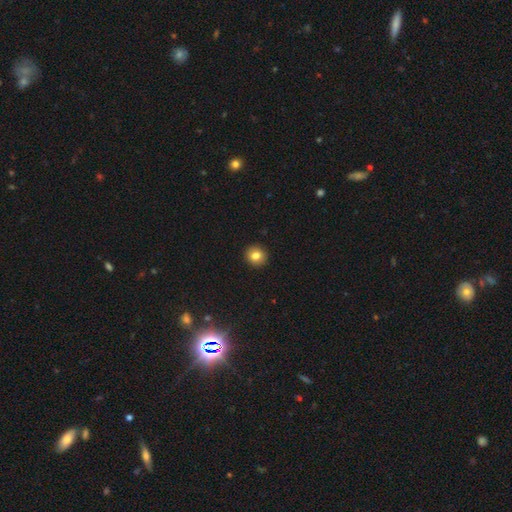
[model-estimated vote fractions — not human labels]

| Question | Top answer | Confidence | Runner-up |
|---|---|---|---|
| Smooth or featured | smooth | 81% | star or artifact (11%) |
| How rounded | round | 91% | in between (8%) |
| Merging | none | 93% | minor disturbance (5%) |